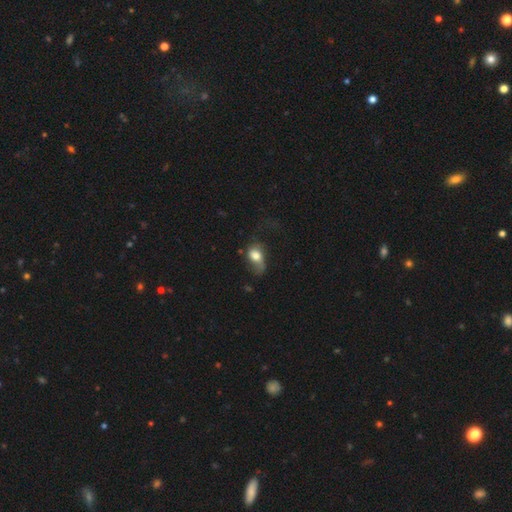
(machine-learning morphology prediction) Smooth or featured?
  - smooth: 67% *
  - featured or disk: 24%
  - star or artifact: 9%
How rounded?
  - in between: 77% *
  - round: 21%
  - cigar-shaped: 2%
Merging?
  - major disturbance: 39% *
  - none: 29%
  - minor disturbance: 28%
  - merger: 4%